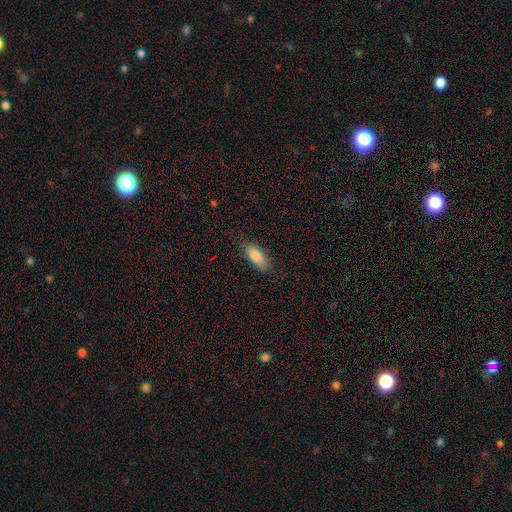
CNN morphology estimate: smooth_or_featured: smooth (p=0.84) [alt: featured or disk p=0.09]
how_rounded: in between (p=0.80) [alt: cigar-shaped p=0.18]
merging: none (p=0.80) [alt: minor disturbance p=0.15]